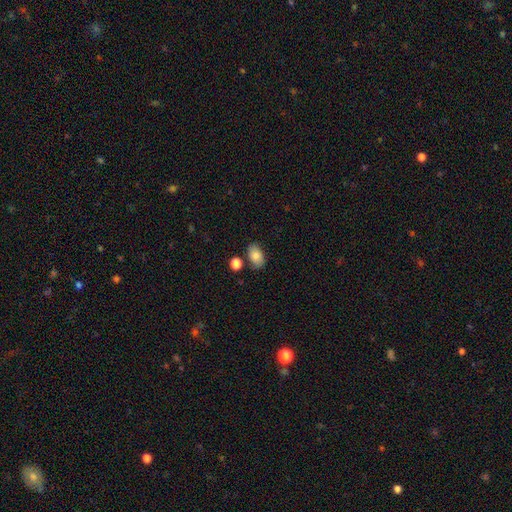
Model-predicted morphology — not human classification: The model was most divided on "merging": none: 79%, minor disturbance: 13%, merger: 6%, major disturbance: 3%. More confident: how rounded — in between (89%); smooth or featured — smooth (83%).